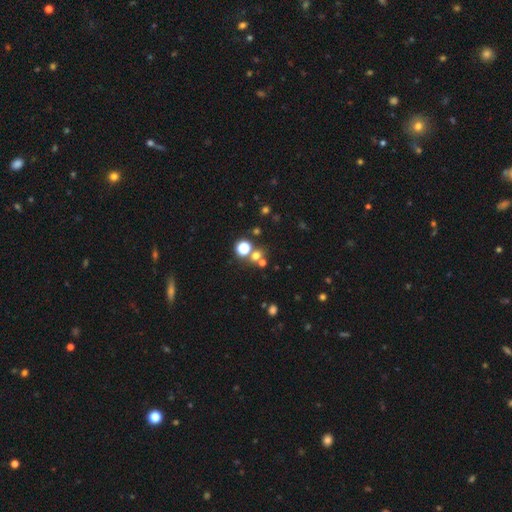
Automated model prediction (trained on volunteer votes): Smooth or featured: smooth — 51% (star or artifact — 40%)
How rounded: round — 84% (in between — 14%)
Merging: none — 66% (merger — 23%)